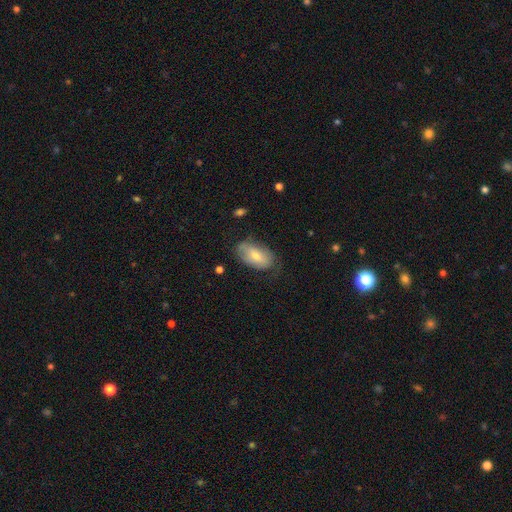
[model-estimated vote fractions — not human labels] Smooth or featured? smooth (69%)
How rounded? in between (93%)
Merging? none (58%)